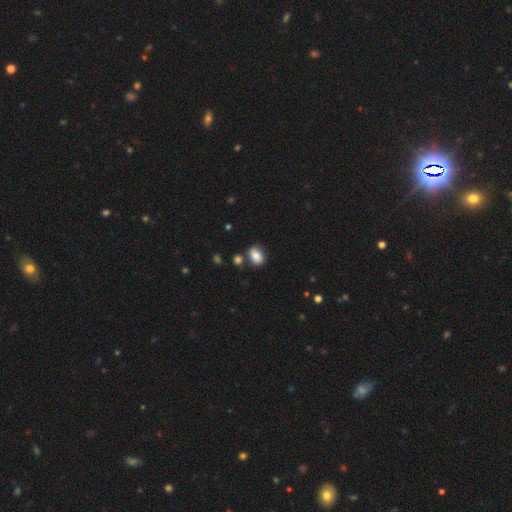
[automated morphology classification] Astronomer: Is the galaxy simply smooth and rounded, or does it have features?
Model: smooth — 83%.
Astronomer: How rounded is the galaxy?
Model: in between — 75%.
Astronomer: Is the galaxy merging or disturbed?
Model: none — 73%.